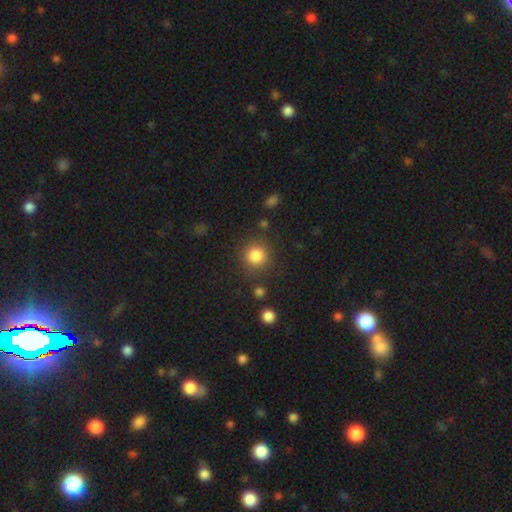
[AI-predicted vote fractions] Q: Smooth or featured?
A: smooth (84%); runner-up: star or artifact (11%)
Q: How rounded?
A: round (91%); runner-up: in between (8%)
Q: Merging?
A: none (82%); runner-up: minor disturbance (9%)